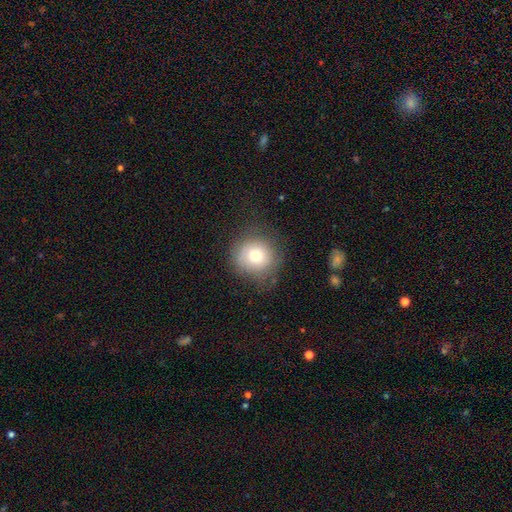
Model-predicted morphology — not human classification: A smooth galaxy with no disk features (72%) that is round (90%). Merging: none (74%).